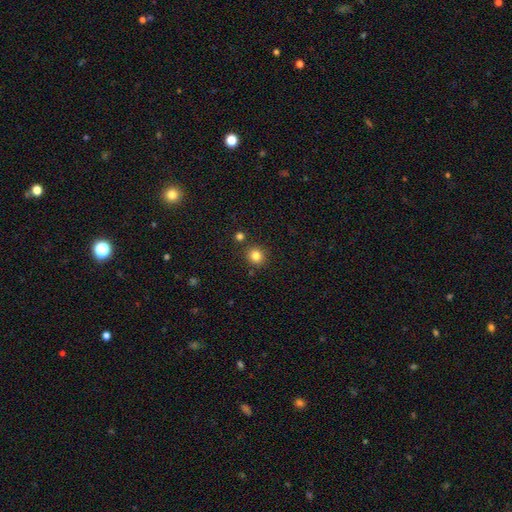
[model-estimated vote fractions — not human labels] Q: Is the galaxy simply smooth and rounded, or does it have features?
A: smooth — 83%.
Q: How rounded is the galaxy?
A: round — 87%.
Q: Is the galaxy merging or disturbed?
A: none — 85%.